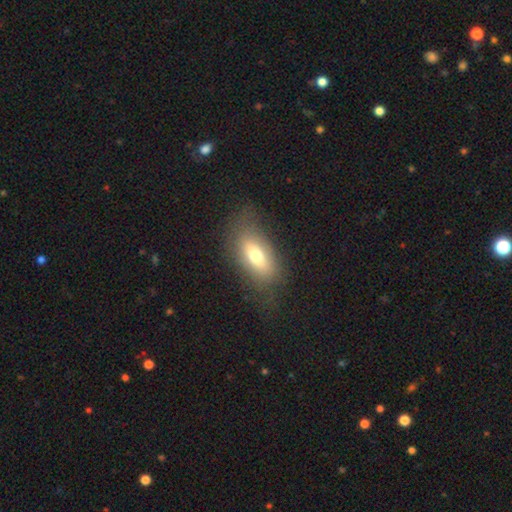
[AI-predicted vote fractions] Smooth or featured? smooth (68%)
How rounded? in between (84%)
Merging? none (70%)